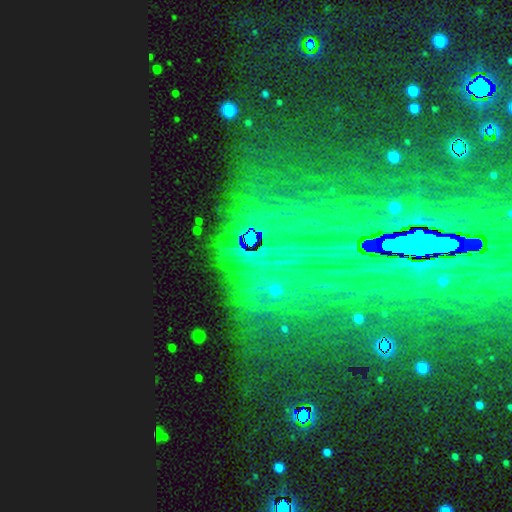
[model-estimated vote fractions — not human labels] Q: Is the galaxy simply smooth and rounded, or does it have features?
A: star or artifact — 72%.